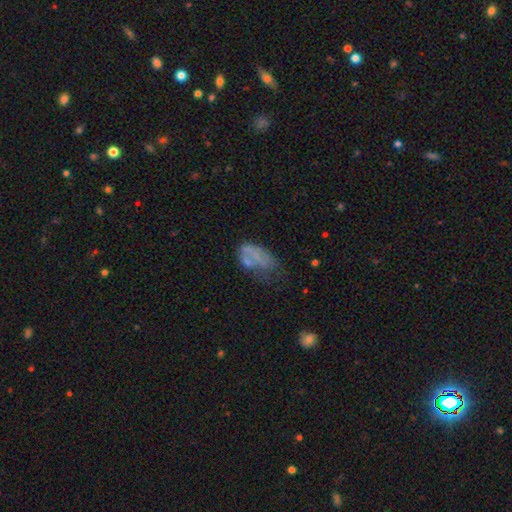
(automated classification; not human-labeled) This is possibly a smooth galaxy (48%). Merging: marginally major disturbance (32%).